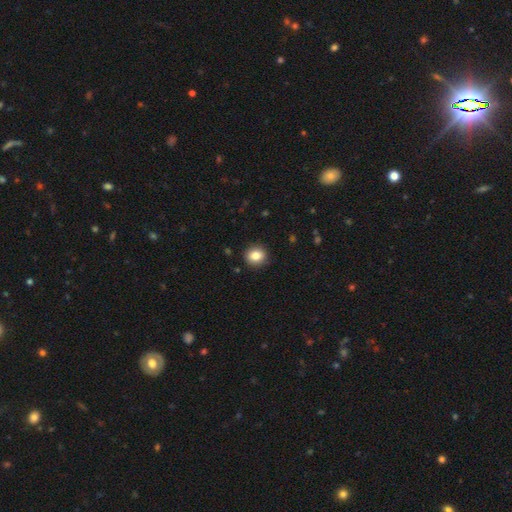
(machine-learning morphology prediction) Smooth or featured? Predicted: smooth (p=0.84). How rounded? Predicted: round (p=0.77). Merging? Predicted: none (p=0.90).